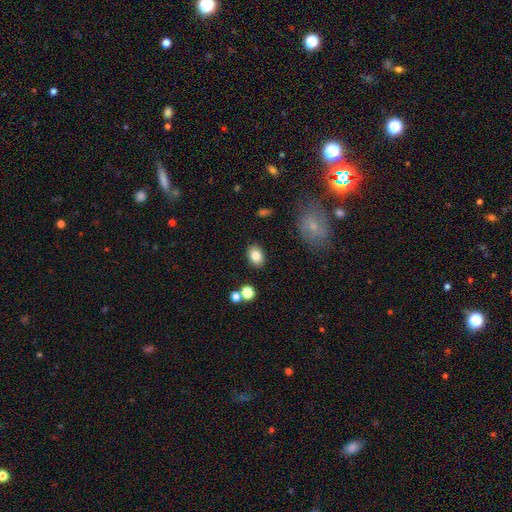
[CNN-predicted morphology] Smooth or featured?
  - smooth: 83% *
  - star or artifact: 9%
  - featured or disk: 8%
How rounded?
  - in between: 73% *
  - round: 25%
  - cigar-shaped: 1%
Merging?
  - none: 85% *
  - minor disturbance: 9%
  - merger: 3%
  - major disturbance: 3%